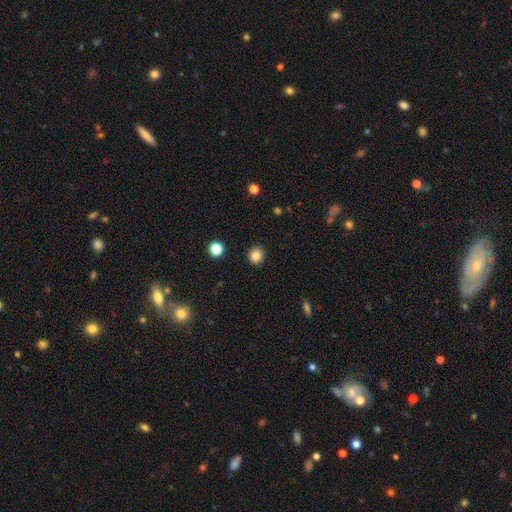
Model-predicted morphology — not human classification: This appears to be a smooth galaxy with no disk features (84%) that is round (84%). Merging: none (90%).